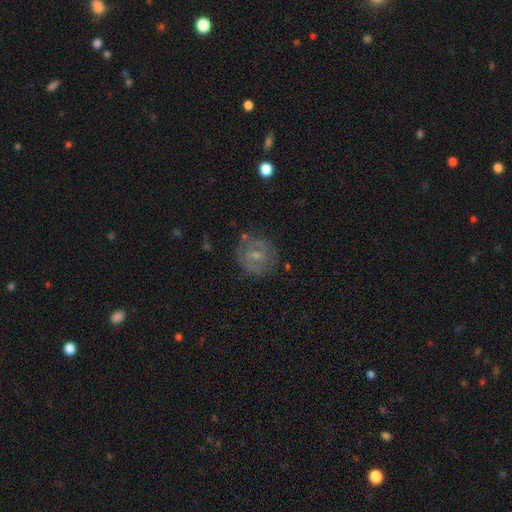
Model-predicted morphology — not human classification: Smooth or featured? featured or disk (53%)
Edge-on disk? no (96%)
Bar? no (47%)
Spiral arms? no (51%)
Bulge size? small (57%)
Merging? none (73%)